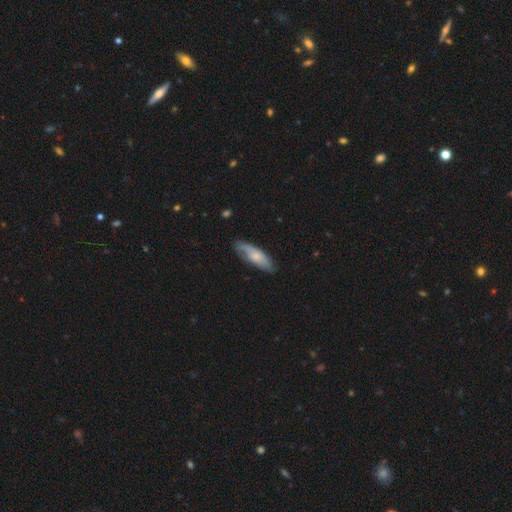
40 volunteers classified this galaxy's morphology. Overall: featured or disk (68%; smooth 30%). Edge-on disk: no (93%). Bar: no (72%). Spiral arms: yes (92%). Spiral arm count: 2 (83%). Spiral winding: medium (52%; loose 30%). Bulge size: small (48%; moderate 28%). Merging: none (82%).